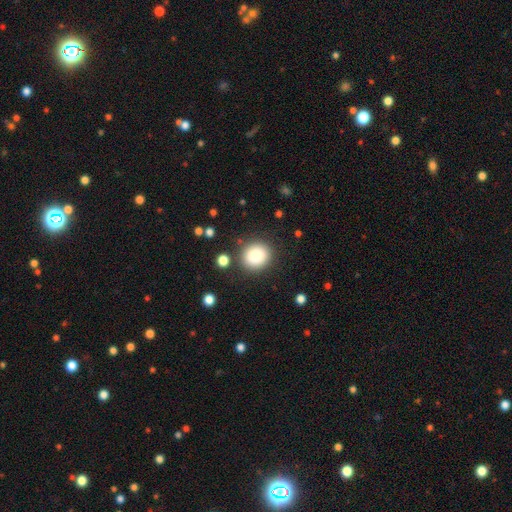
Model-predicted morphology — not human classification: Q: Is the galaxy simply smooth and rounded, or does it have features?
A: smooth — 84%.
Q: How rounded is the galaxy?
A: round — 83%.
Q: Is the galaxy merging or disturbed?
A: none — 86%.